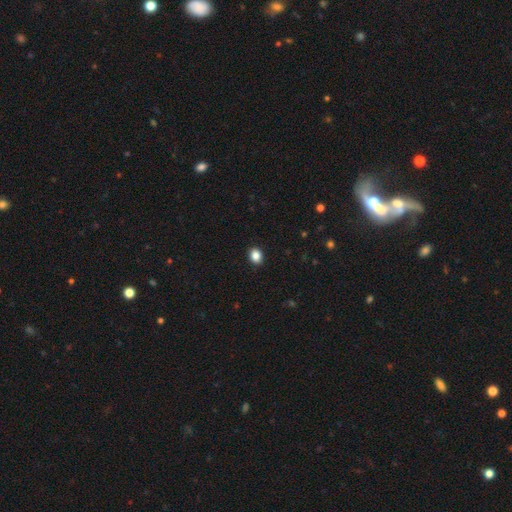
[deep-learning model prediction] smooth_or_featured: smooth (p=0.87) [alt: star or artifact p=0.09]
how_rounded: in between (p=0.51) [alt: round p=0.48]
merging: none (p=0.91) [alt: minor disturbance p=0.06]